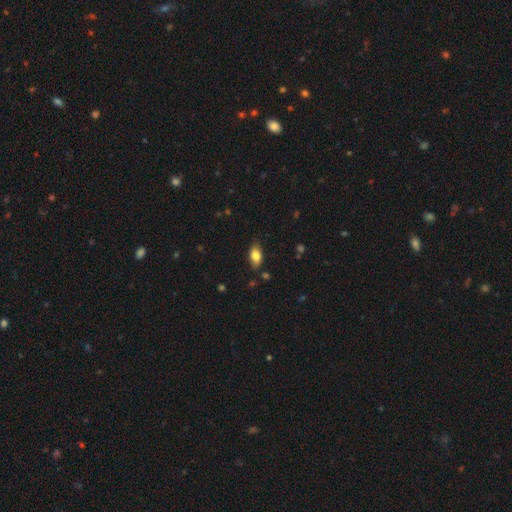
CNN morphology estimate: Smooth or featured? Predicted: smooth (p=0.81). How rounded? Predicted: in between (p=0.89). Merging? Predicted: none (p=0.82).